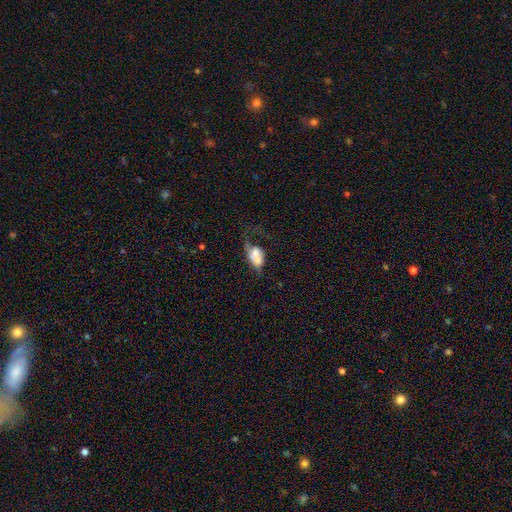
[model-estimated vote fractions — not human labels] This is possibly a smooth galaxy (57%). How rounded: likely in between (76%). Merging: marginally merger (38%).